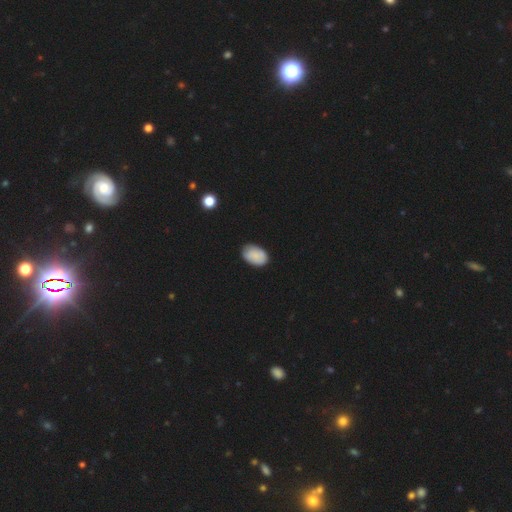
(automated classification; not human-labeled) Smooth or featured: smooth — 86% (star or artifact — 7%)
How rounded: in between — 87% (round — 12%)
Merging: none — 82% (minor disturbance — 15%)